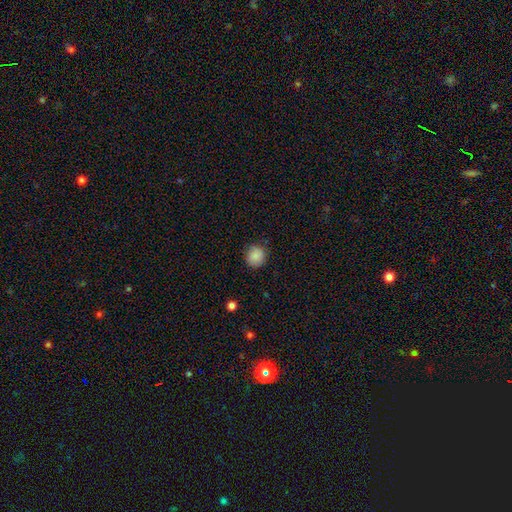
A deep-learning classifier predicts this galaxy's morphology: Smooth or featured? Predicted: smooth (p=0.87). How rounded? Predicted: round (p=0.87). Merging? Predicted: none (p=0.85).